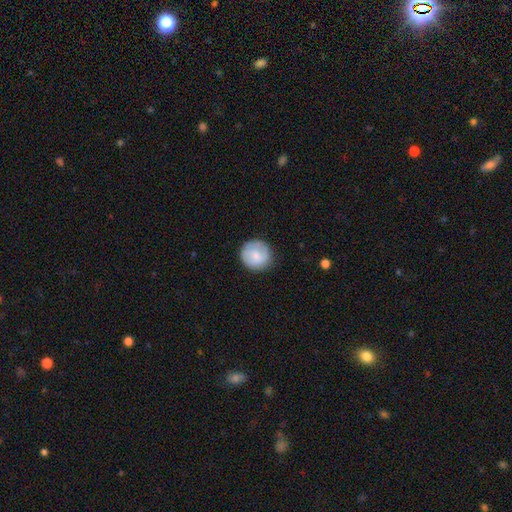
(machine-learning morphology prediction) The model was most divided on "smooth or featured": smooth: 77%, featured or disk: 17%, star or artifact: 6%. More confident: how rounded — round (93%); merging — none (82%).